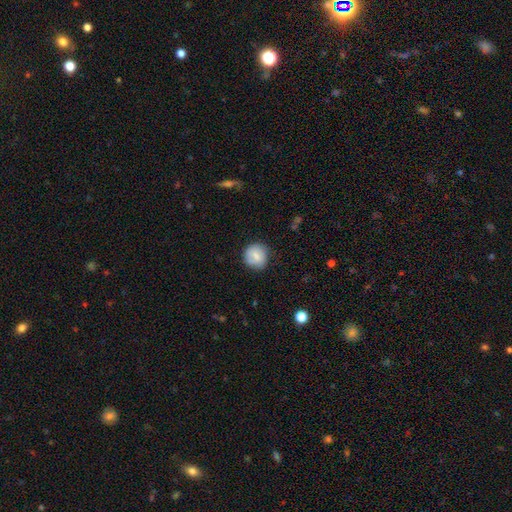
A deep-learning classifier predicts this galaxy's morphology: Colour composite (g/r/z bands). It shows a smooth galaxy with no disk features (79%) that is round (89%). Merging: none (78%).